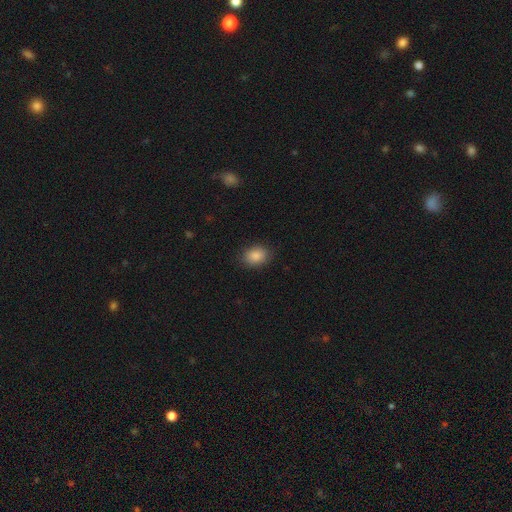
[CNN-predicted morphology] type=smooth (87%); roundness=in between (73%); merging=none (87%).